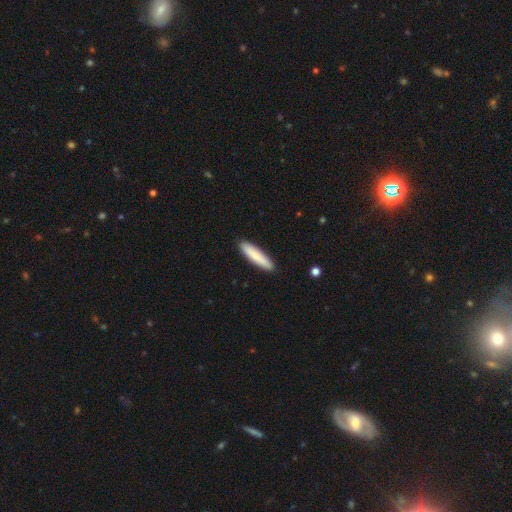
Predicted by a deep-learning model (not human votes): Overall: smooth (83%). How rounded: cigar-shaped (82%). Merging: none (91%).